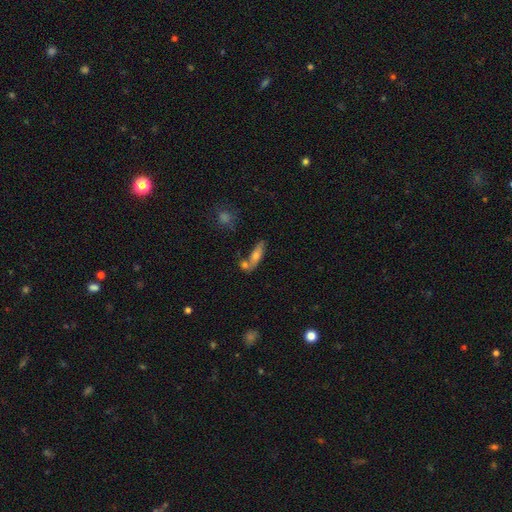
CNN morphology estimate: Smooth or featured?
  - smooth: 60% *
  - featured or disk: 32%
  - star or artifact: 9%
How rounded?
  - cigar-shaped: 49% *
  - in between: 47%
  - round: 4%
Merging?
  - none: 52% *
  - merger: 30%
  - minor disturbance: 13%
  - major disturbance: 5%